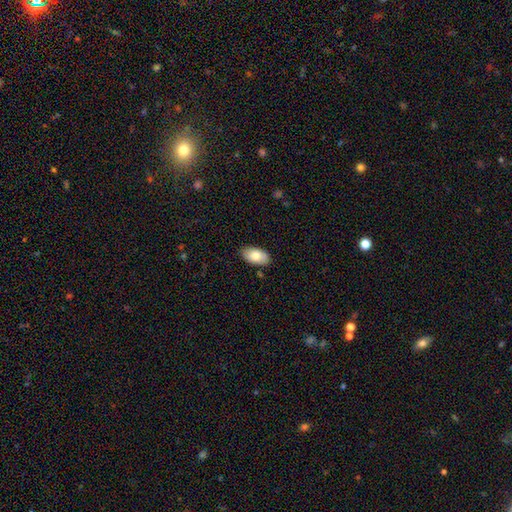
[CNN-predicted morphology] Smooth or featured?
  - smooth: 82% *
  - featured or disk: 12%
  - star or artifact: 6%
How rounded?
  - in between: 94% *
  - round: 3%
  - cigar-shaped: 2%
Merging?
  - none: 85% *
  - minor disturbance: 11%
  - major disturbance: 2%
  - merger: 2%